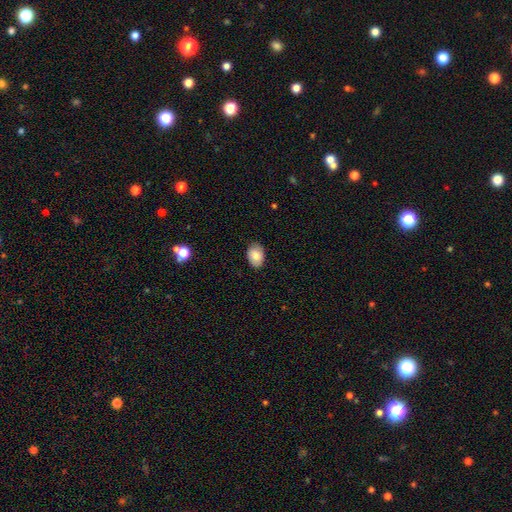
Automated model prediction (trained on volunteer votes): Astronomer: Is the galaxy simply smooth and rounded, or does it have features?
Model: smooth — 82%.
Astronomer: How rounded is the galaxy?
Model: in between — 81%.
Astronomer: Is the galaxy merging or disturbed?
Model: none — 84%.